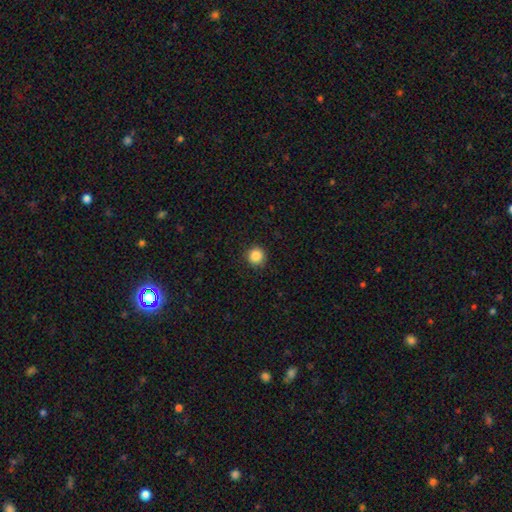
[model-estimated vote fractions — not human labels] A smooth galaxy with no disk features (87%) that is round (95%).

Vote fractions:
- Smooth or featured? smooth: 87% / star or artifact: 10% / featured or disk: 3%
- How rounded? round: 95% / in between: 4% / cigar-shaped: 1%
- Merging? none: 91% / minor disturbance: 6% / major disturbance: 2% / merger: 1%